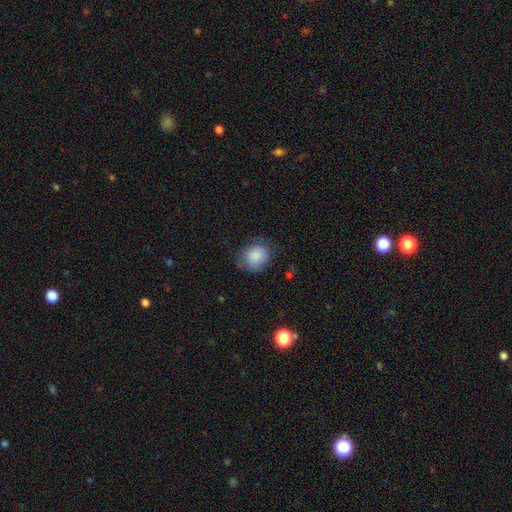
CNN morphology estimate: This is clearly a smooth galaxy (84%). How rounded: likely round (69%). Merging: likely none (68%).